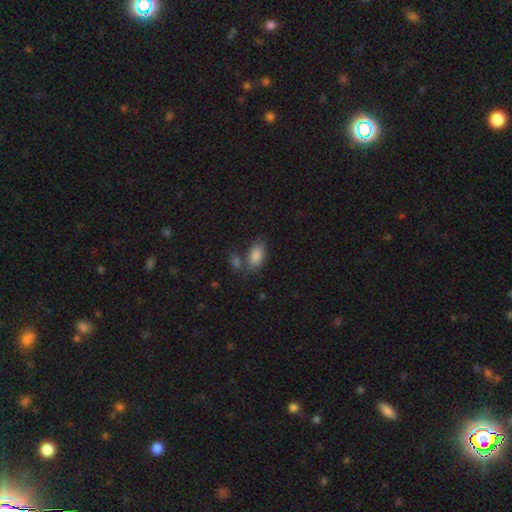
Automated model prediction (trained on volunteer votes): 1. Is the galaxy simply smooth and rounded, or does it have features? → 84% smooth, 8% star or artifact, 8% featured or disk.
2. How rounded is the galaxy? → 91% in between, 5% round, 4% cigar-shaped.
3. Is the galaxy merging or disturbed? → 57% none, 21% merger, 16% minor disturbance, 6% major disturbance.